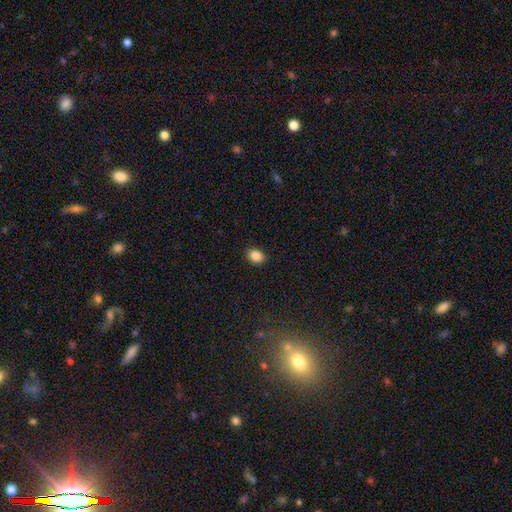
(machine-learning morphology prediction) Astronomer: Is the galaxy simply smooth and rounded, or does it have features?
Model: smooth — 86%.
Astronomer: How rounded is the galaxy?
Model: in between — 65%.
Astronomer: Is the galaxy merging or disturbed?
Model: none — 88%.